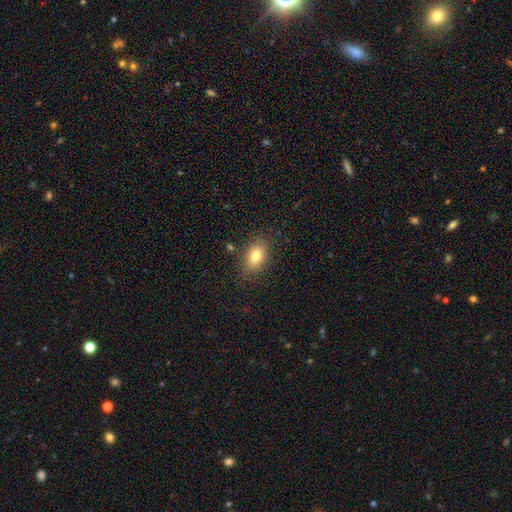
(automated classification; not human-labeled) The model was most divided on "merging": none: 82%, minor disturbance: 13%, major disturbance: 3%, merger: 2%. More confident: how rounded — in between (86%); smooth or featured — smooth (81%).